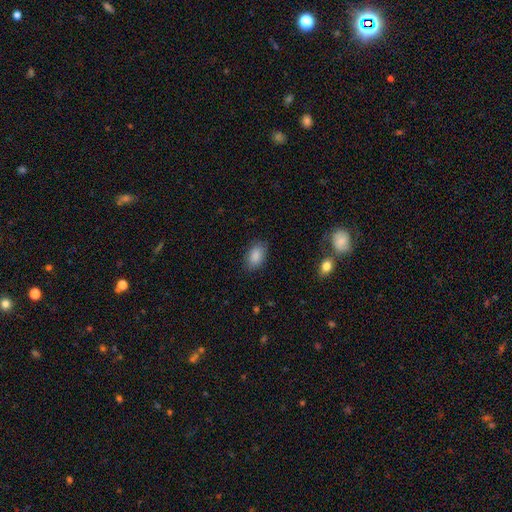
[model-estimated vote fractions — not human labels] smooth 87%, star or artifact 8%, featured or disk 5%. Down the decision tree: how rounded — in between (91%); merging — none (84%).